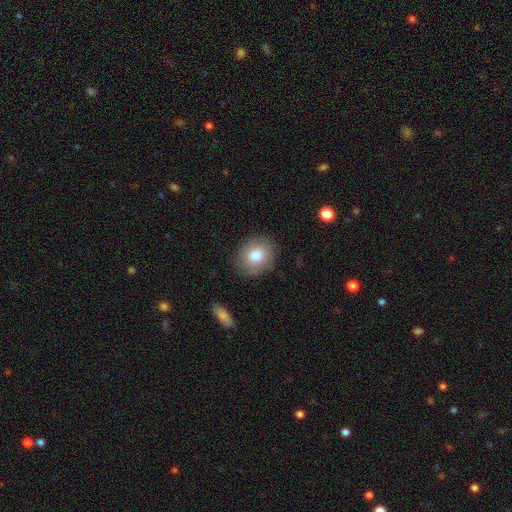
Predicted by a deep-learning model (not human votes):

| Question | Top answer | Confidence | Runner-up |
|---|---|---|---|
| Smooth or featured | smooth | 80% | featured or disk (11%) |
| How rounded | round | 72% | in between (27%) |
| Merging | none | 86% | minor disturbance (10%) |